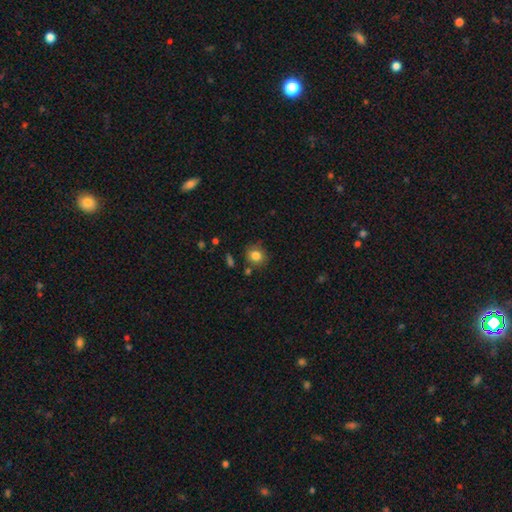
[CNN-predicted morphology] A smooth galaxy with no disk features (83%) that is round (82%). Merging: none (78%).